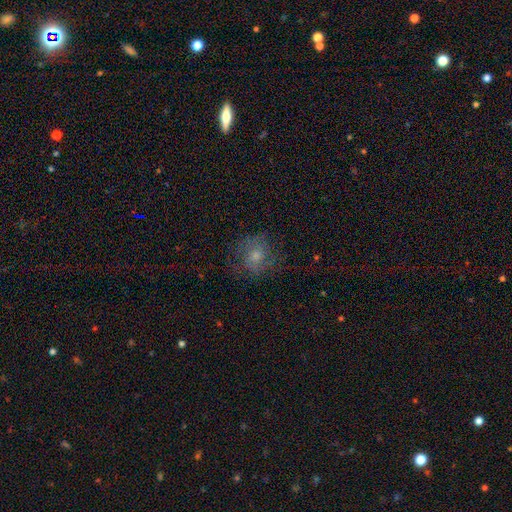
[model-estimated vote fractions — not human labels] This is possibly a smooth galaxy (47%). Merging: likely none (68%).